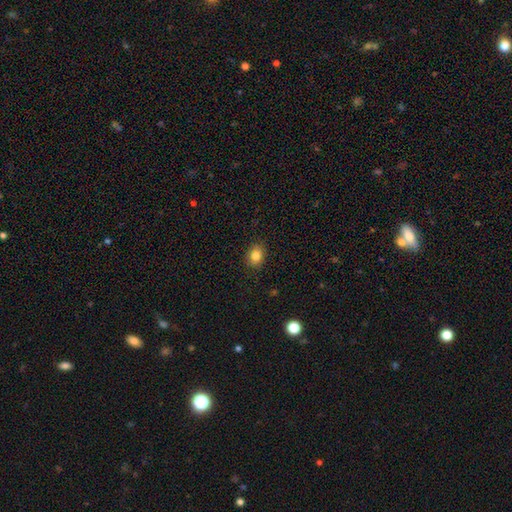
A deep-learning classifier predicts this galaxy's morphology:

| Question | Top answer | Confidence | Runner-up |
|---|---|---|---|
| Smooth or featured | smooth | 84% | star or artifact (10%) |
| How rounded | in between | 52% | round (47%) |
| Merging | none | 87% | minor disturbance (9%) |